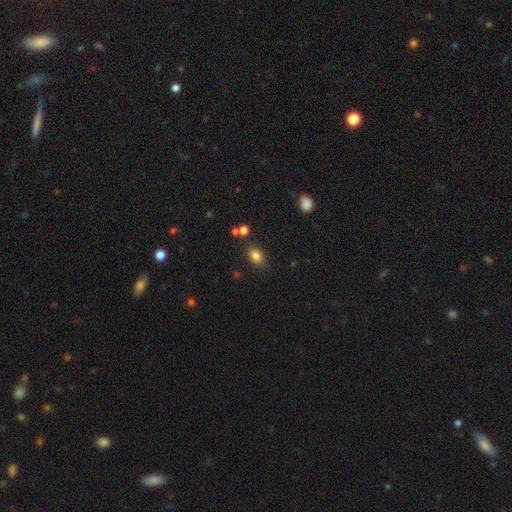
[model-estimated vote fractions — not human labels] Smooth or featured: smooth — 83% (star or artifact — 11%)
How rounded: in between — 77% (round — 20%)
Merging: none — 75% (minor disturbance — 16%)